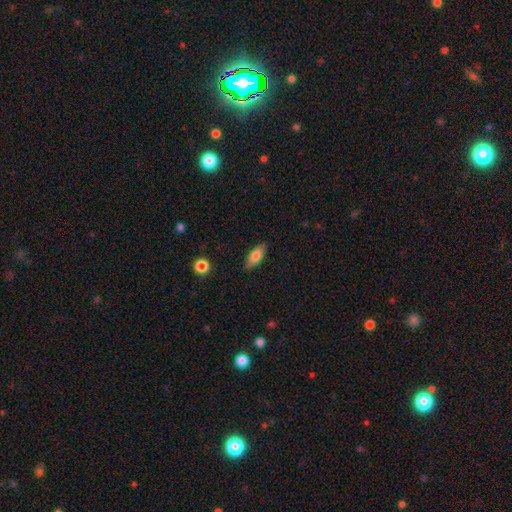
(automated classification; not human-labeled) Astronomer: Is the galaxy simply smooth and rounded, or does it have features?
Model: smooth — 76%.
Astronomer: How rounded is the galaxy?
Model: in between — 81%.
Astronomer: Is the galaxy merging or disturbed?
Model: none — 85%.